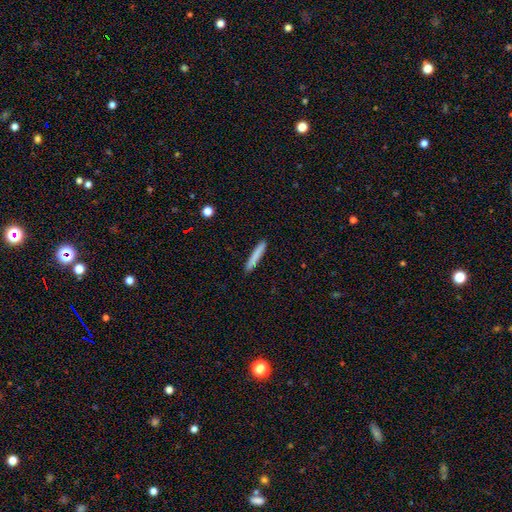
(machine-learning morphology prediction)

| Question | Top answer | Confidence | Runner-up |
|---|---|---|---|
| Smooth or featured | smooth | 81% | featured or disk (13%) |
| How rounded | cigar-shaped | 95% | in between (4%) |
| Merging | none | 91% | minor disturbance (7%) |